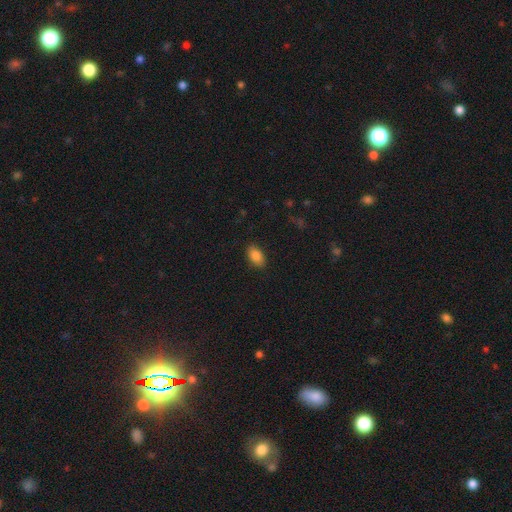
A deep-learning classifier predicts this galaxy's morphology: Smooth or featured: smooth — 86% (star or artifact — 8%)
How rounded: in between — 92% (round — 6%)
Merging: none — 88% (minor disturbance — 9%)